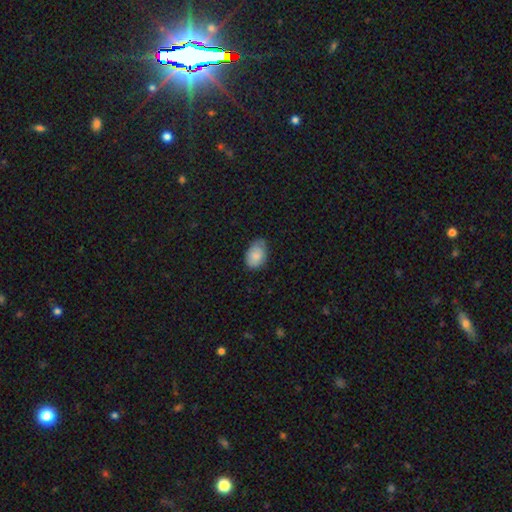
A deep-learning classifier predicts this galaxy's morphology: smooth 83%, featured or disk 10%, star or artifact 7%. Down the decision tree: how rounded — in between (84%); merging — none (62%).